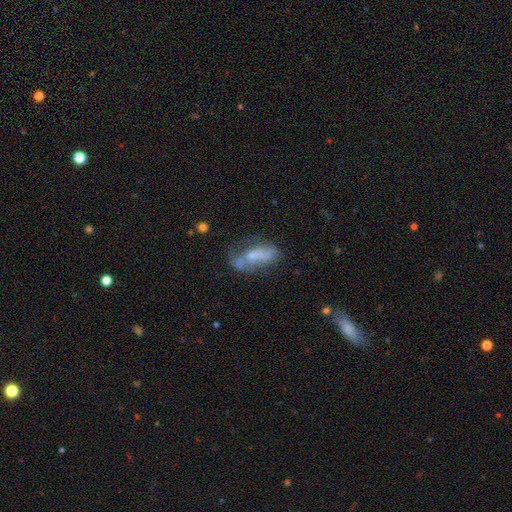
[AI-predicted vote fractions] featured or disk 46%, smooth 44%, star or artifact 11%. Down the decision tree: merging — none (35%).